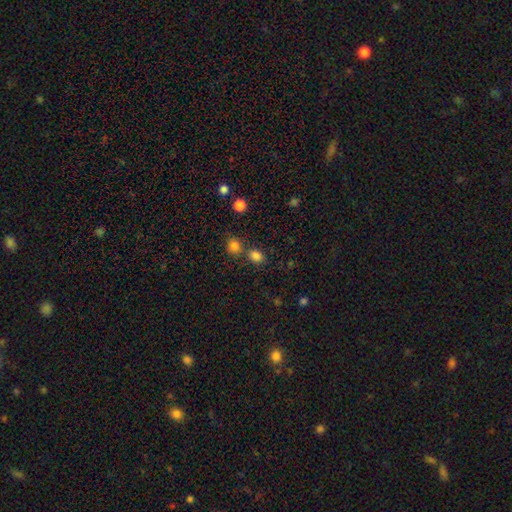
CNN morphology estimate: Smooth or featured?
  - smooth: 80% *
  - star or artifact: 15%
  - featured or disk: 5%
How rounded?
  - round: 51% *
  - in between: 48%
  - cigar-shaped: 1%
Merging?
  - none: 65% *
  - merger: 21%
  - minor disturbance: 10%
  - major disturbance: 4%